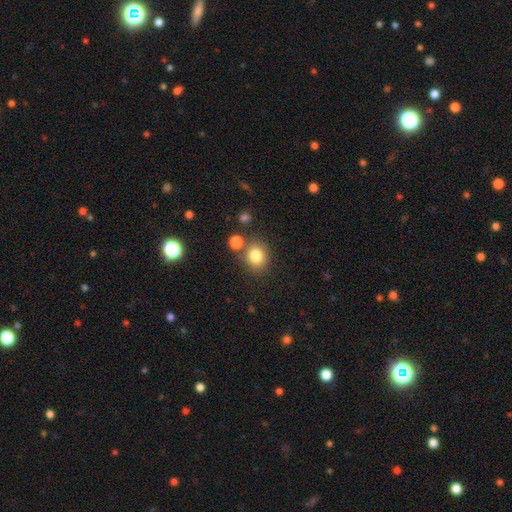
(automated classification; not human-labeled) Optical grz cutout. It shows a smooth galaxy with no disk features (81%) that is round (73%). Merging: none (73%).